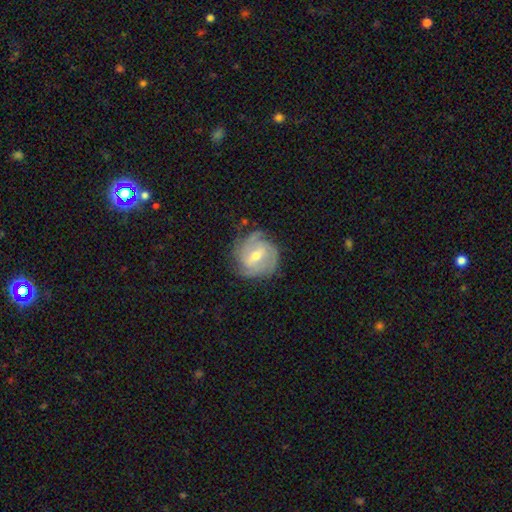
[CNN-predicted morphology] Q: Smooth or featured?
A: featured or disk (83%); runner-up: smooth (12%)
Q: Edge-on disk?
A: no (97%); runner-up: yes (3%)
Q: Bar?
A: weak (55%); runner-up: strong (26%)
Q: Spiral arms?
A: yes (94%); runner-up: no (6%)
Q: Spiral winding?
A: tight (58%); runner-up: medium (33%)
Q: Spiral arm count?
A: 2 (33%); runner-up: 3 (30%)
Q: Bulge size?
A: moderate (64%); runner-up: small (32%)
Q: Merging?
A: none (72%); runner-up: minor disturbance (19%)